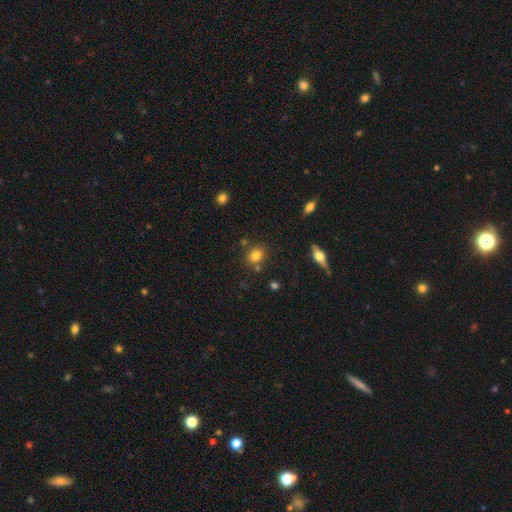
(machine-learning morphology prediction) type=smooth (80%); roundness=round (57%); merging=none (74%).